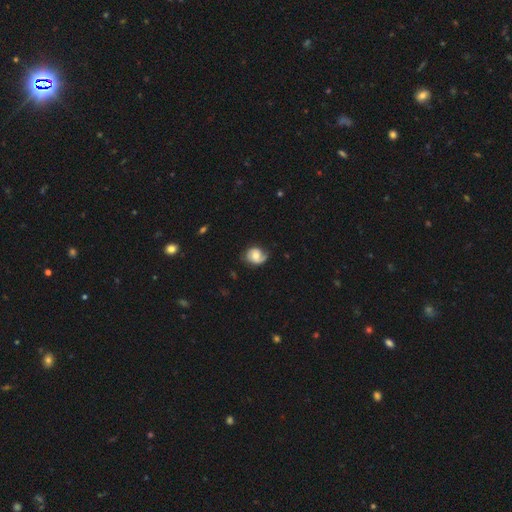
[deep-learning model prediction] Q: Smooth or featured?
A: featured or disk (55%); runner-up: smooth (38%)
Q: Edge-on disk?
A: no (97%); runner-up: yes (3%)
Q: Bar?
A: no (60%); runner-up: weak (33%)
Q: Spiral arms?
A: yes (88%); runner-up: no (12%)
Q: Bulge size?
A: moderate (57%); runner-up: small (25%)
Q: Merging?
A: none (64%); runner-up: minor disturbance (25%)